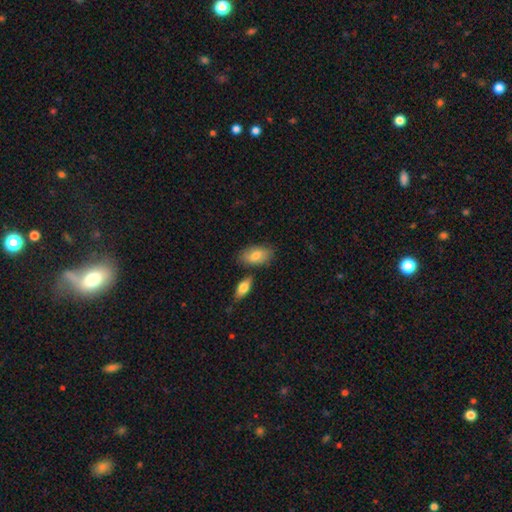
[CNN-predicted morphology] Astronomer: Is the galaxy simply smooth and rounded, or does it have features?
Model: smooth — 77%.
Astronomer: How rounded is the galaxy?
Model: in between — 92%.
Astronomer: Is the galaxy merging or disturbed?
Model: none — 71%.